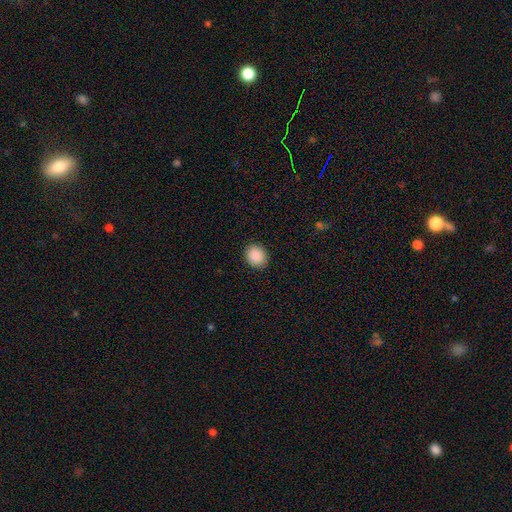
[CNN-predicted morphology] Smooth or featured: smooth — 90% (star or artifact — 8%)
How rounded: round — 67% (in between — 32%)
Merging: none — 90% (minor disturbance — 7%)